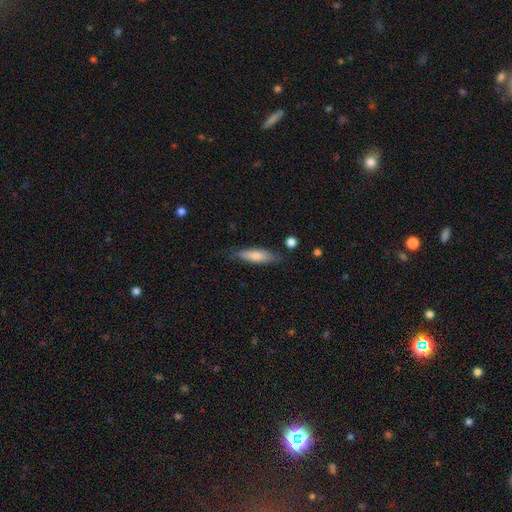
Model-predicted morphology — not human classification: The model was most divided on "how rounded": cigar-shaped: 56%, in between: 42%, round: 2%. More confident: smooth or featured — smooth (74%); merging — none (73%).